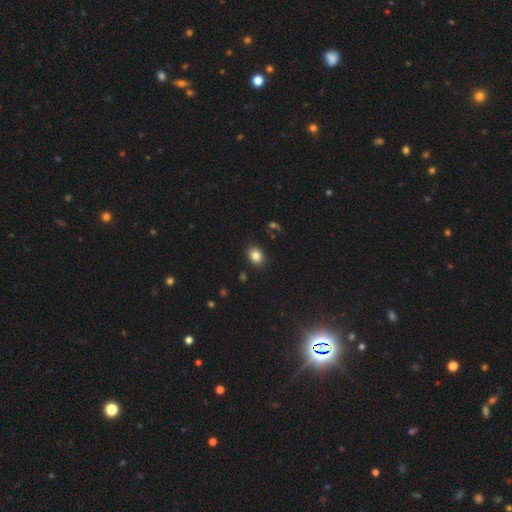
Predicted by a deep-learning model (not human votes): smooth-or-featured: smooth: 84% | star or artifact: 10% | featured or disk: 6%
  how-rounded: in between: 59% | round: 40% | cigar-shaped: 1%
  merging: none: 88% | minor disturbance: 9% | major disturbance: 2% | merger: 2%